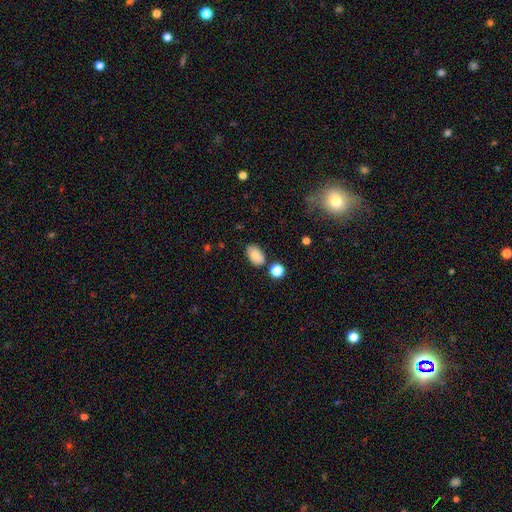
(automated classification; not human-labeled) Q: Smooth or featured?
A: smooth (83%); runner-up: featured or disk (9%)
Q: How rounded?
A: in between (91%); runner-up: round (8%)
Q: Merging?
A: none (76%); runner-up: minor disturbance (15%)